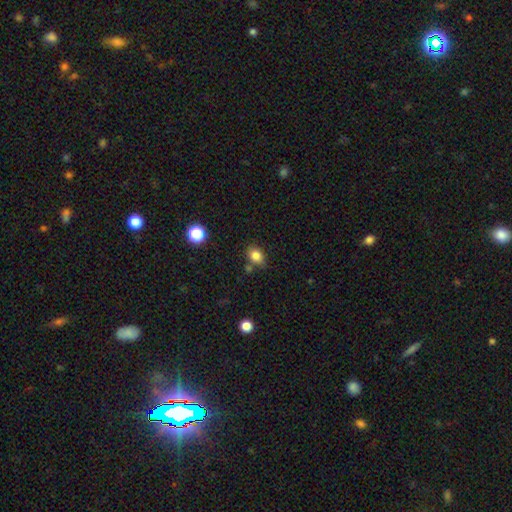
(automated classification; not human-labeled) This appears to be a smooth galaxy with no disk features (83%) that is in between round and cigar-shaped (61%). Merging: none (69%).